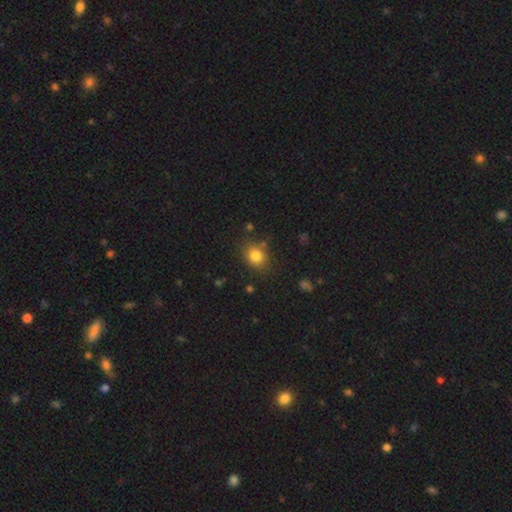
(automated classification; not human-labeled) The model was most divided on "how rounded": round: 59%, in between: 40%, cigar-shaped: 1%. More confident: smooth or featured — smooth (82%); merging — none (80%).